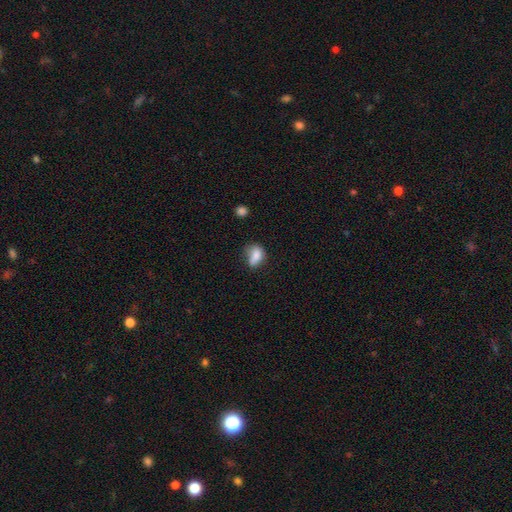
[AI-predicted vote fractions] This appears to be a smooth galaxy with no disk features (79%) that is in between round and cigar-shaped (74%). Merging: none (40%).